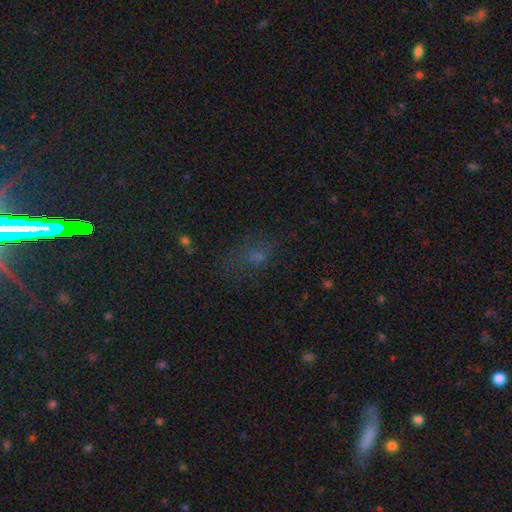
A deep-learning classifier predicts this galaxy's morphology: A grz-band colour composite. It shows a smooth galaxy with no disk features (48%). Merging: none (50%).